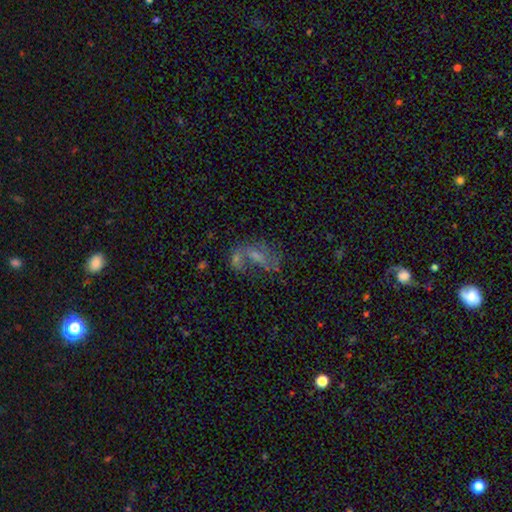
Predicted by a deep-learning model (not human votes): smooth-or-featured: featured or disk: 45% | smooth: 35% | star or artifact: 20%
  merging: merger: 40% | none: 30% | major disturbance: 17% | minor disturbance: 13%